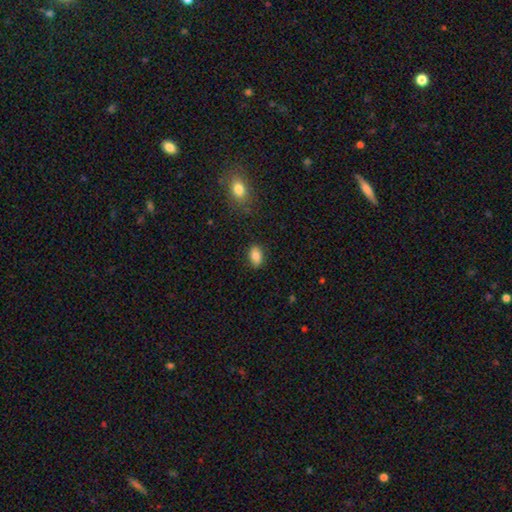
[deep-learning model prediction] Smooth or featured? Predicted: smooth (p=0.83). How rounded? Predicted: in between (p=0.86). Merging? Predicted: none (p=0.85).